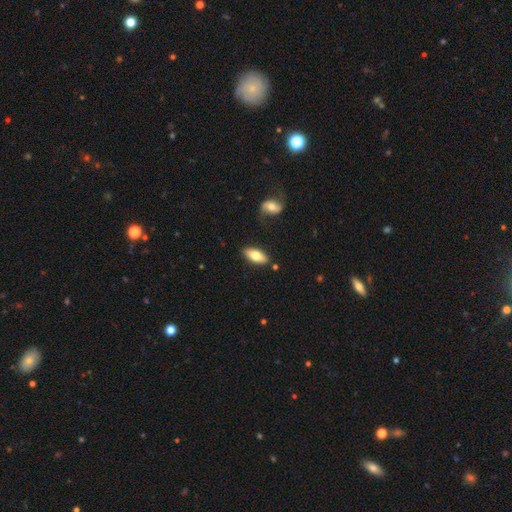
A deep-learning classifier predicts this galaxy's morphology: This is likely a smooth galaxy (73%). How rounded: clearly in between (86%). Merging: clearly none (82%).